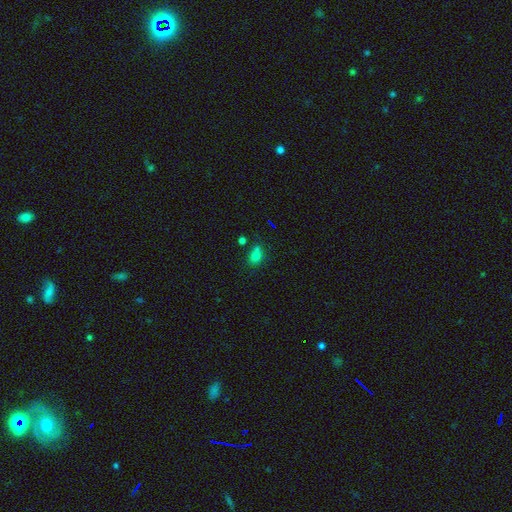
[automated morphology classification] smooth_or_featured: smooth (p=0.72) [alt: star or artifact p=0.19]
how_rounded: round (p=0.53) [alt: in between p=0.45]
merging: none (p=0.55) [alt: merger p=0.25]